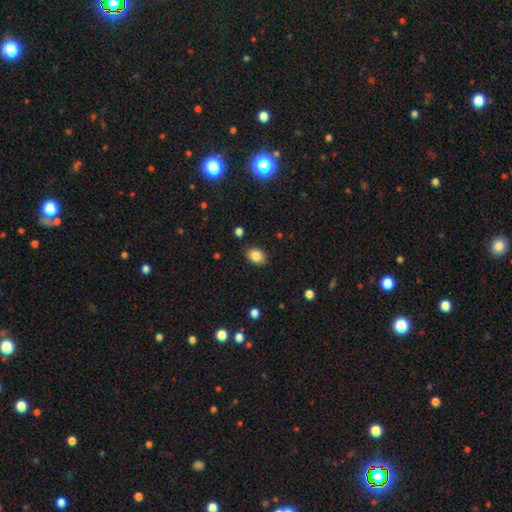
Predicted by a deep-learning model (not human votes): Smooth or featured? Predicted: smooth (p=0.84). How rounded? Predicted: in between (p=0.77). Merging? Predicted: none (p=0.86).